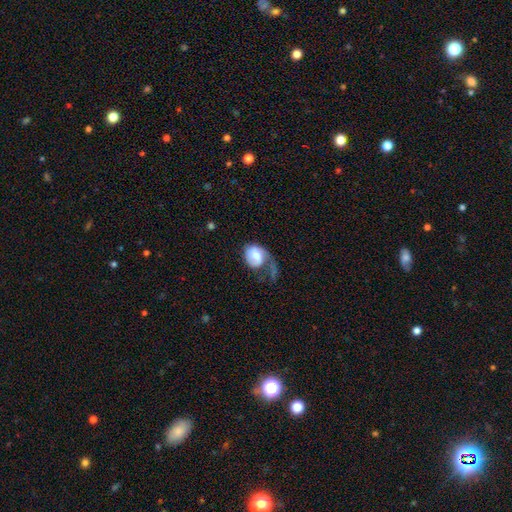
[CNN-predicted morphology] This is possibly a smooth galaxy (47%). Merging: possibly major disturbance (52%).